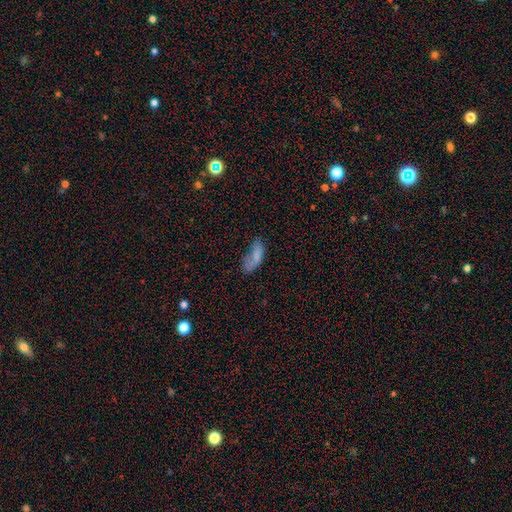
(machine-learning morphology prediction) Smooth or featured?
  - smooth: 74% *
  - featured or disk: 15%
  - star or artifact: 10%
How rounded?
  - in between: 77% *
  - cigar-shaped: 20%
  - round: 3%
Merging?
  - none: 38% *
  - minor disturbance: 30%
  - major disturbance: 26%
  - merger: 6%